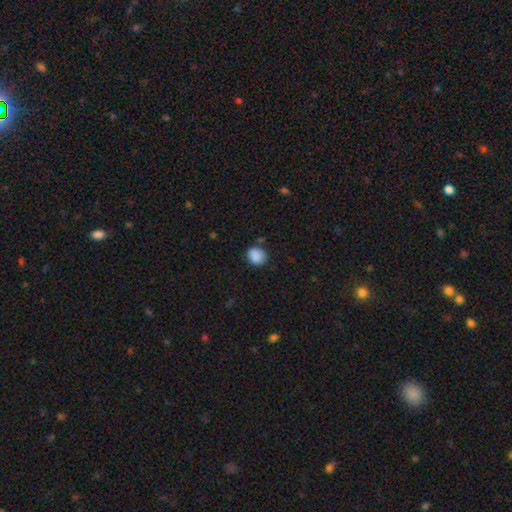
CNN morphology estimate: The model was most divided on "how rounded": round: 62%, in between: 37%, cigar-shaped: 1%. More confident: smooth or featured — smooth (87%); merging — none (73%).